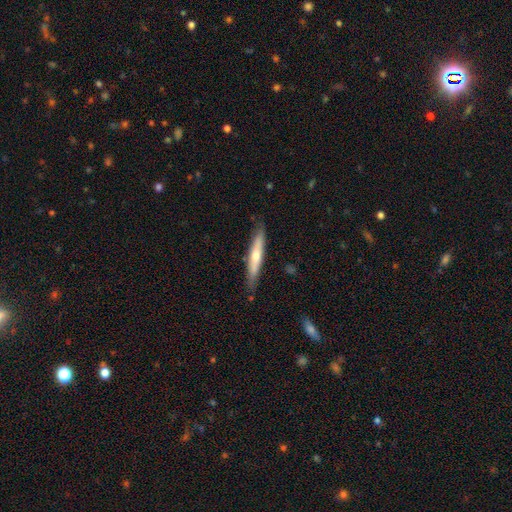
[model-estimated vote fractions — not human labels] Smooth or featured: smooth — 48% (featured or disk — 46%)
Merging: none — 83% (minor disturbance — 14%)